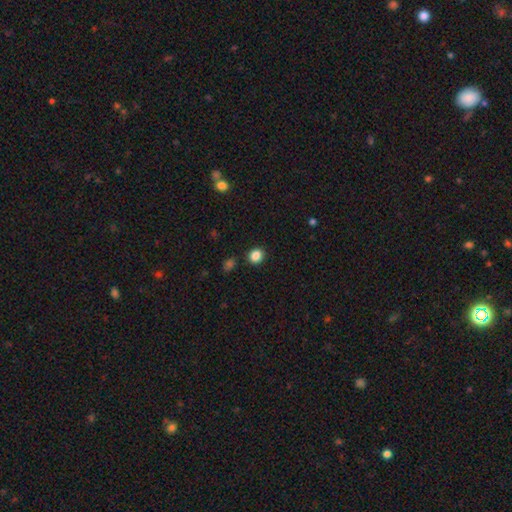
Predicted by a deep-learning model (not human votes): Q: Smooth or featured?
A: smooth (85%); runner-up: star or artifact (11%)
Q: How rounded?
A: round (74%); runner-up: in between (25%)
Q: Merging?
A: none (88%); runner-up: minor disturbance (7%)